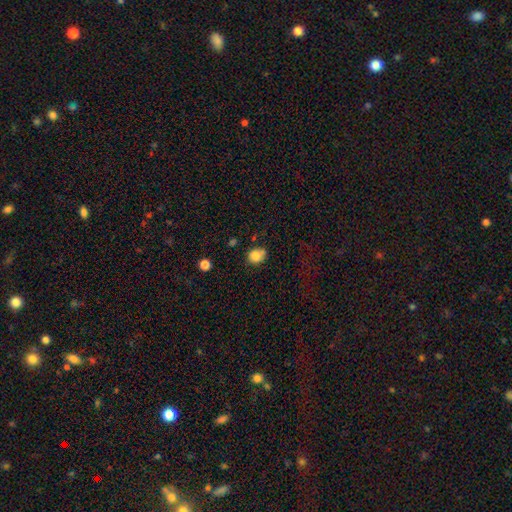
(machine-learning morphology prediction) Q: Smooth or featured?
A: smooth (82%); runner-up: star or artifact (11%)
Q: How rounded?
A: round (76%); runner-up: in between (23%)
Q: Merging?
A: none (61%); runner-up: minor disturbance (20%)